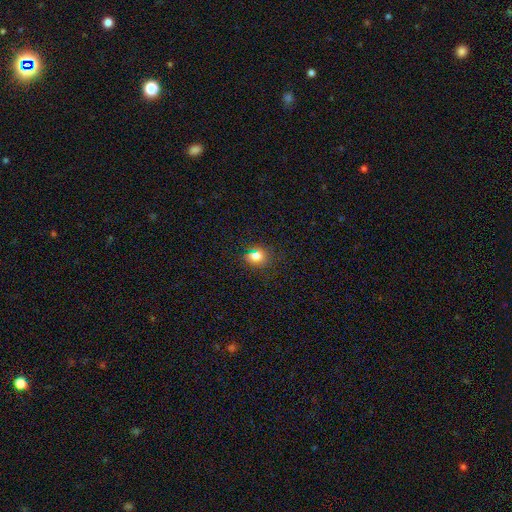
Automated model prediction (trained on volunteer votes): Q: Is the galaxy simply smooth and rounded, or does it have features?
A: smooth — 76%.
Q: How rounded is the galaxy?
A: round — 76%.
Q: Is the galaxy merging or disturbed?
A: none — 84%.